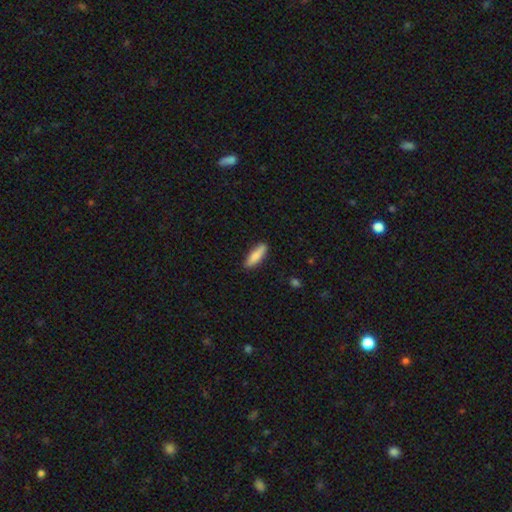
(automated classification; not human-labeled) smooth-or-featured: smooth: 85% | featured or disk: 9% | star or artifact: 6%
  how-rounded: cigar-shaped: 58% | in between: 40% | round: 2%
  merging: none: 85% | minor disturbance: 12% | major disturbance: 2% | merger: 1%